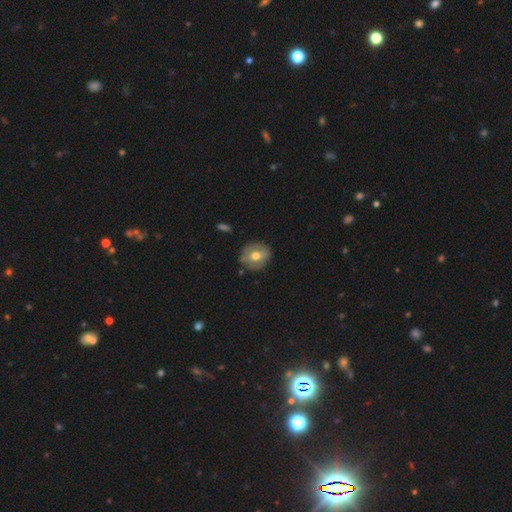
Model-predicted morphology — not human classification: Smooth or featured?
  - smooth: 56% *
  - featured or disk: 36%
  - star or artifact: 7%
How rounded?
  - round: 81% *
  - in between: 17%
  - cigar-shaped: 1%
Merging?
  - none: 80% *
  - minor disturbance: 15%
  - major disturbance: 3%
  - merger: 2%